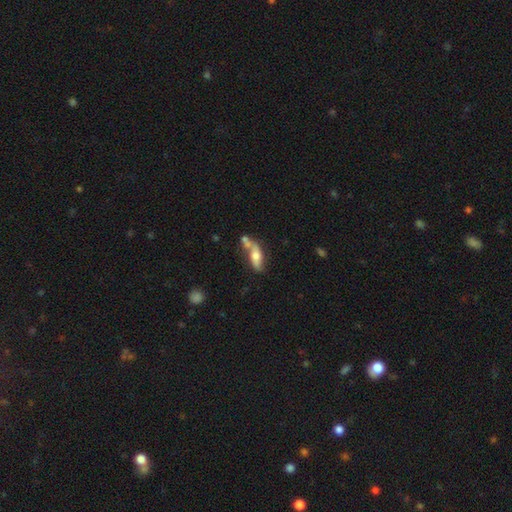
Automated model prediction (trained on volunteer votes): A smooth galaxy with no disk features (51%) that is in between round and cigar-shaped (59%).

Vote fractions:
- Smooth or featured? smooth: 51% / featured or disk: 41% / star or artifact: 8%
- How rounded? in between: 59% / cigar-shaped: 37% / round: 4%
- Merging? none: 42% / merger: 31% / minor disturbance: 18% / major disturbance: 9%